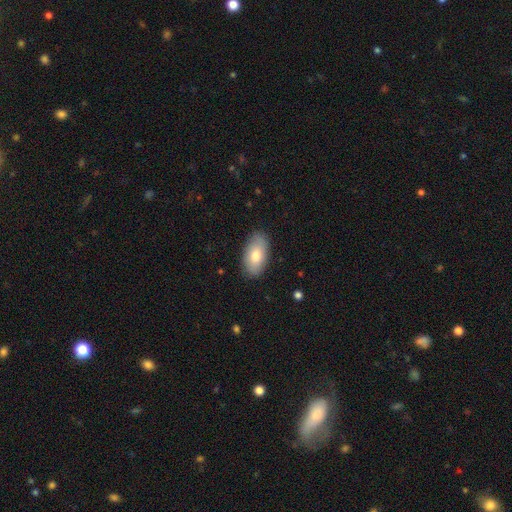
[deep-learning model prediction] Overall: smooth (77%). How rounded: in between (94%). Merging: none (86%).